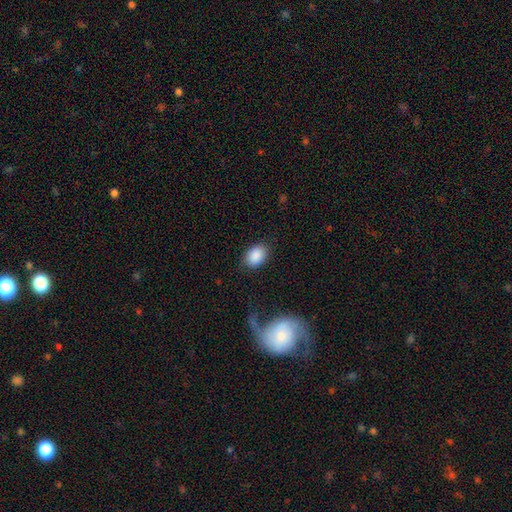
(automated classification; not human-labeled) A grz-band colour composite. It shows a smooth galaxy with no disk features (88%) that is in between round and cigar-shaped (83%). Merging: none (80%).